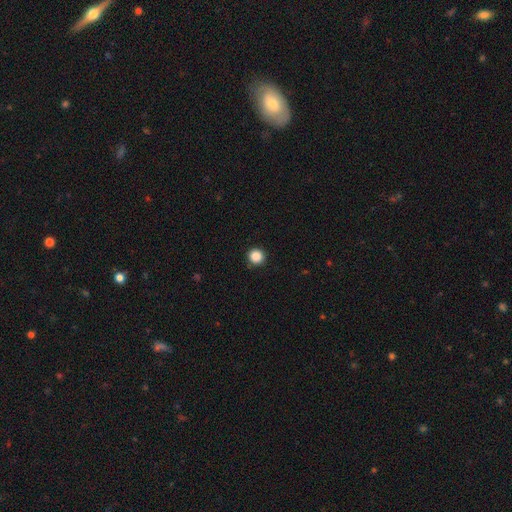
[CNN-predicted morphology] A smooth galaxy with no disk features (87%) that is round (94%).

Vote fractions:
- Smooth or featured? smooth: 87% / star or artifact: 10% / featured or disk: 3%
- How rounded? round: 94% / in between: 5% / cigar-shaped: 1%
- Merging? none: 91% / minor disturbance: 6% / major disturbance: 2% / merger: 1%